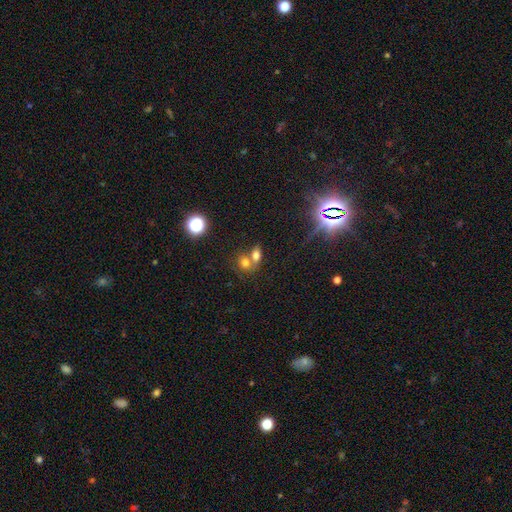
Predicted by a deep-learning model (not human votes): smooth-or-featured: smooth: 70% | star or artifact: 15% | featured or disk: 14%
  how-rounded: in between: 64% | round: 33% | cigar-shaped: 3%
  merging: merger: 58% | none: 31% | minor disturbance: 7% | major disturbance: 3%